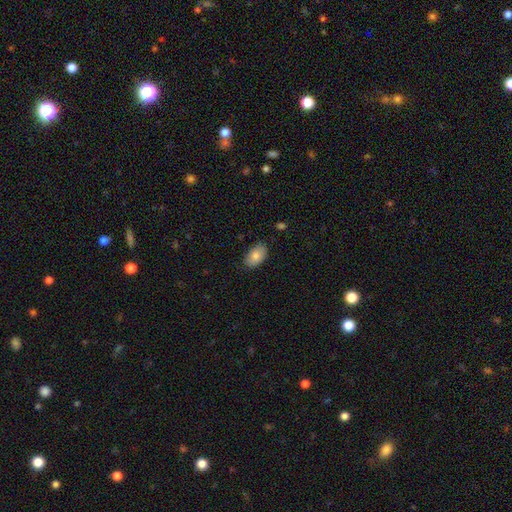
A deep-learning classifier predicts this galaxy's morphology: Smooth or featured? Predicted: smooth (p=0.81). How rounded? Predicted: in between (p=0.92). Merging? Predicted: none (p=0.80).